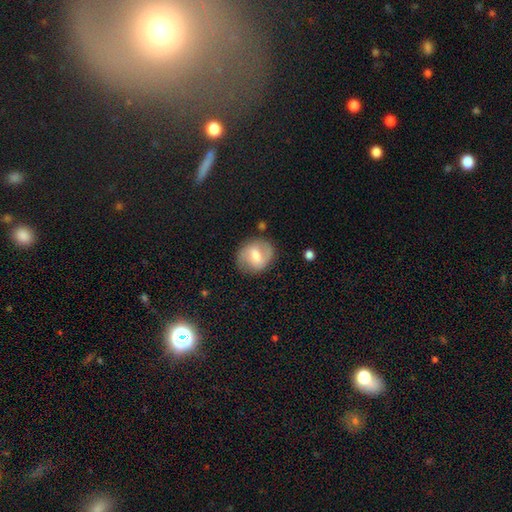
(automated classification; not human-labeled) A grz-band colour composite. It shows a featured or disk galaxy (55%) with a weak bar (51%), spiral arms (76%) and a moderate central bulge (57%). Merging: none (78%).